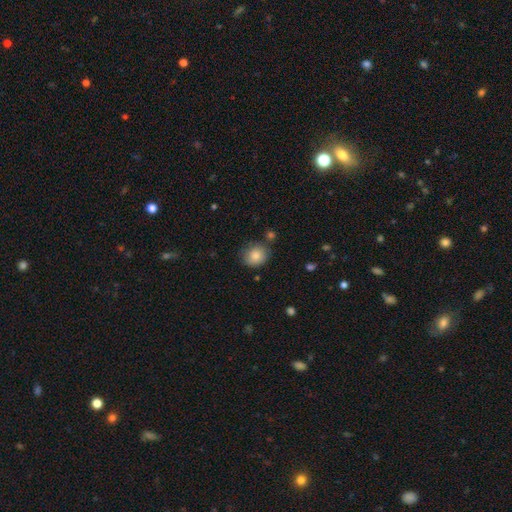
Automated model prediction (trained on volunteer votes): smooth 84%, star or artifact 9%, featured or disk 7%. Down the decision tree: how rounded — round (76%); merging — none (75%).